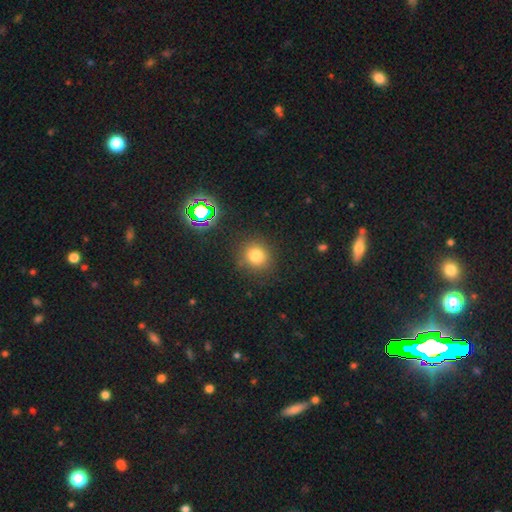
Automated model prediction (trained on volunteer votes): The model was most divided on "smooth or featured": smooth: 76%, star or artifact: 17%, featured or disk: 7%. More confident: how rounded — round (88%); merging — none (86%).